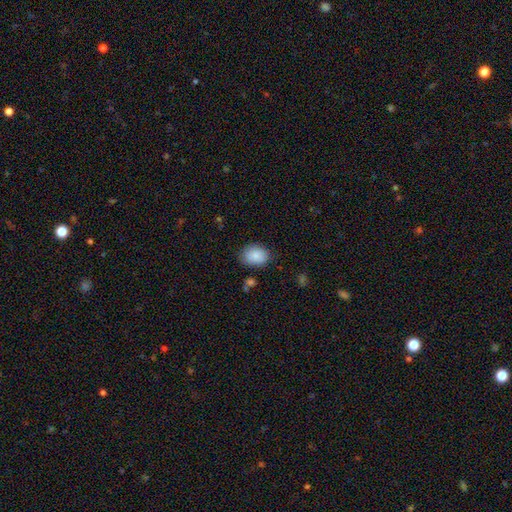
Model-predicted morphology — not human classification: Smooth or featured: smooth — 87% (star or artifact — 7%)
How rounded: in between — 67% (round — 32%)
Merging: none — 79% (minor disturbance — 15%)